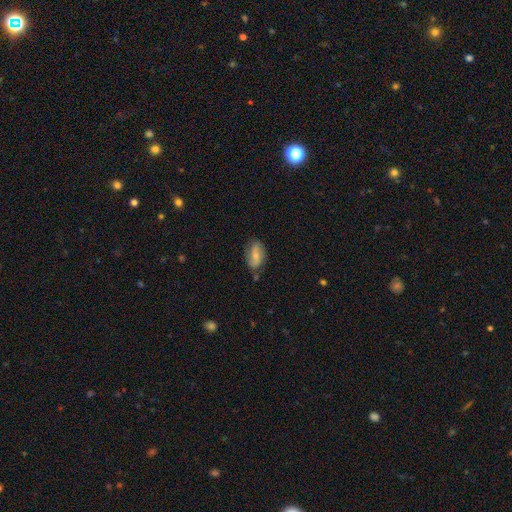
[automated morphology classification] A smooth galaxy with no disk features (52%) that is in between round and cigar-shaped (88%).

Vote fractions:
- Smooth or featured? smooth: 52% / featured or disk: 41% / star or artifact: 7%
- How rounded? in between: 88% / round: 7% / cigar-shaped: 4%
- Merging? none: 68% / minor disturbance: 23% / major disturbance: 5% / merger: 3%